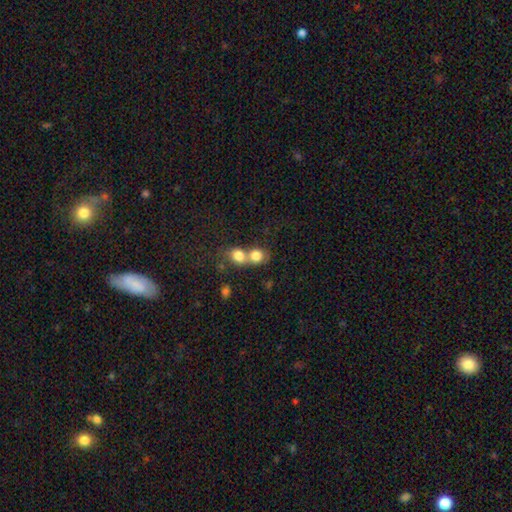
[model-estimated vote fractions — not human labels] Q: Smooth or featured?
A: smooth (79%); runner-up: featured or disk (11%)
Q: How rounded?
A: round (71%); runner-up: in between (28%)
Q: Merging?
A: merger (66%); runner-up: none (26%)